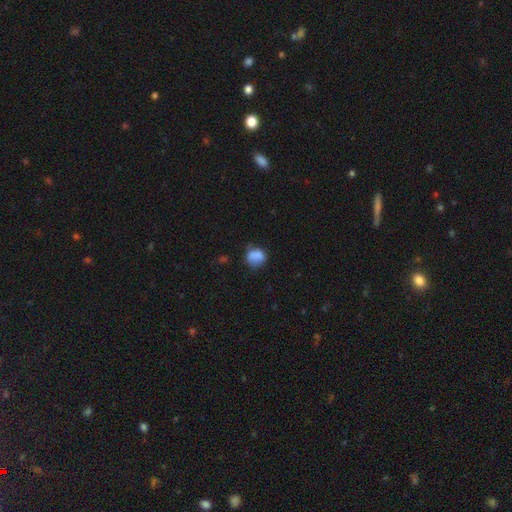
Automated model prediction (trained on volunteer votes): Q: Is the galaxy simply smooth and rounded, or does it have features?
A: smooth — 78%.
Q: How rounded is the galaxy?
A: round — 63%.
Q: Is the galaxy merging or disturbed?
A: none — 51%.